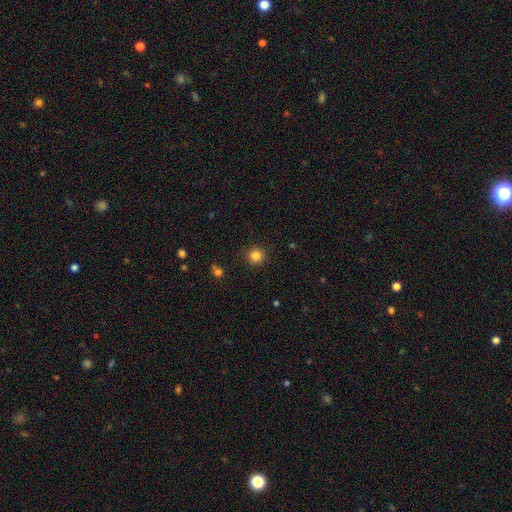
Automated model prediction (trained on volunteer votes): smooth 83%, star or artifact 12%, featured or disk 5%. Down the decision tree: how rounded — round (95%); merging — none (91%).